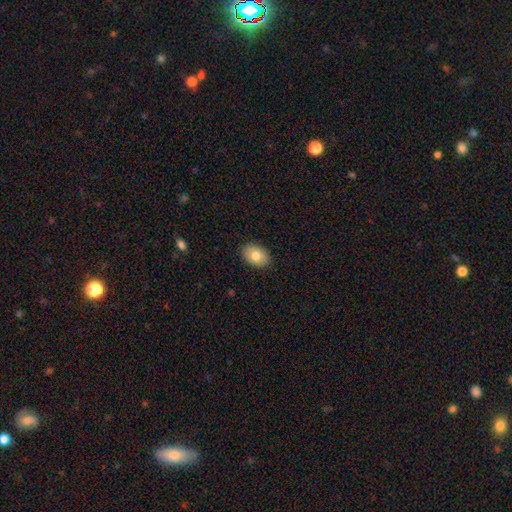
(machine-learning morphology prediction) The model was most divided on "how rounded": in between: 82%, round: 17%, cigar-shaped: 1%. More confident: merging — none (89%); smooth or featured — smooth (80%).